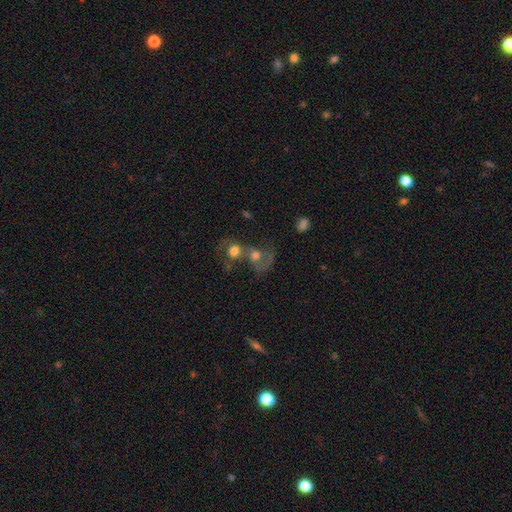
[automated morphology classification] This appears to be a smooth galaxy with no disk features (53%) that is round (62%). Merging: merger (70%).